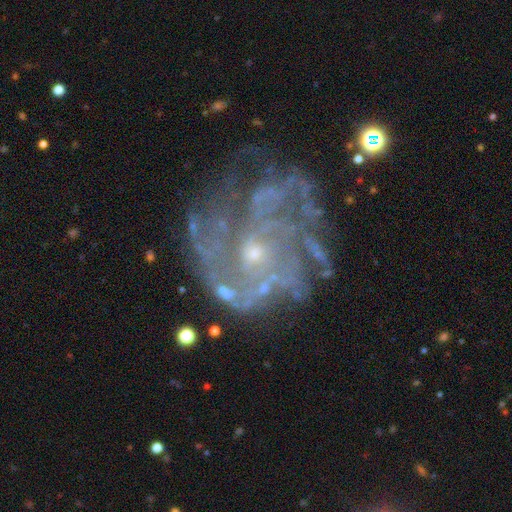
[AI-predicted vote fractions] Q: Smooth or featured?
A: featured or disk (83%); runner-up: star or artifact (11%)
Q: Edge-on disk?
A: no (98%); runner-up: yes (2%)
Q: Bar?
A: no (74%); runner-up: weak (21%)
Q: Spiral arms?
A: yes (89%); runner-up: no (11%)
Q: Spiral winding?
A: tight (49%); runner-up: medium (37%)
Q: Spiral arm count?
A: can't tell (33%); runner-up: 4 (19%)
Q: Bulge size?
A: small (71%); runner-up: moderate (21%)
Q: Merging?
A: none (64%); runner-up: minor disturbance (17%)